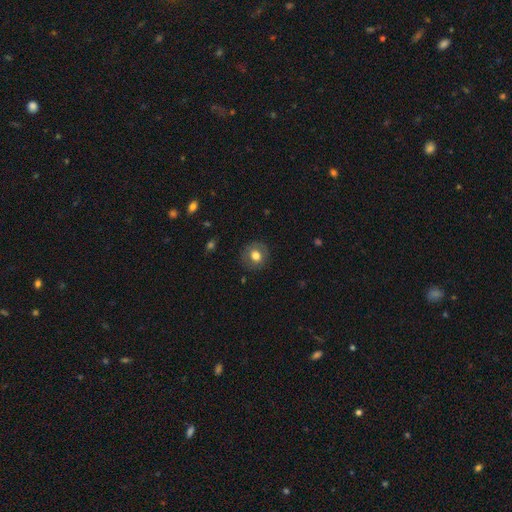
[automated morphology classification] Smooth or featured? smooth (71%)
How rounded? round (85%)
Merging? none (85%)